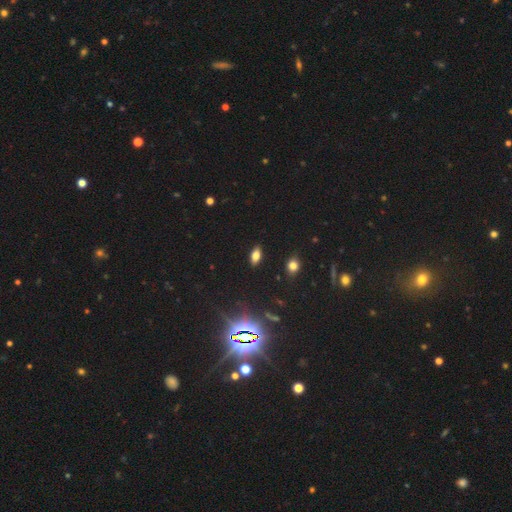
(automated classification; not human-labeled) Smooth or featured?
  - smooth: 71% *
  - star or artifact: 16%
  - featured or disk: 13%
How rounded?
  - in between: 85% *
  - cigar-shaped: 10%
  - round: 5%
Merging?
  - none: 88% *
  - minor disturbance: 9%
  - major disturbance: 2%
  - merger: 1%